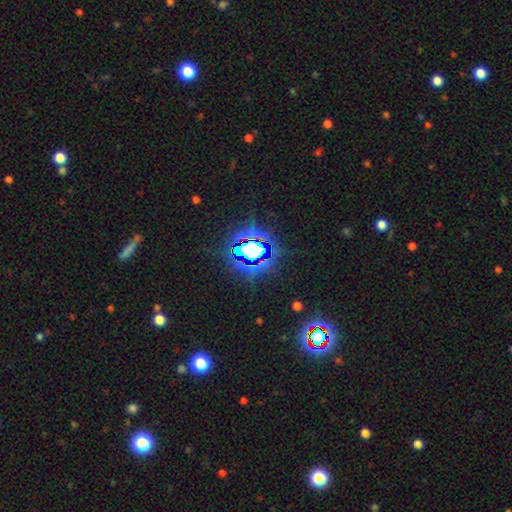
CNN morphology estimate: Smooth or featured? star or artifact (81%)